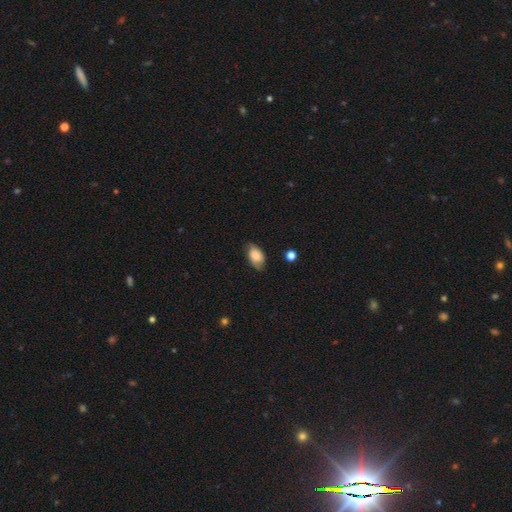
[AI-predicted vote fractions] Smooth or featured: smooth — 76% (featured or disk — 16%)
How rounded: in between — 90% (round — 8%)
Merging: none — 72% (minor disturbance — 22%)